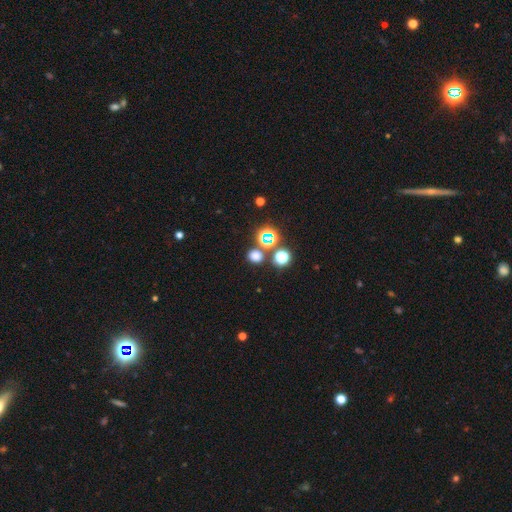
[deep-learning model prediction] Morphology: type=smooth (65%); roundness=round (79%); merging=none (74%).